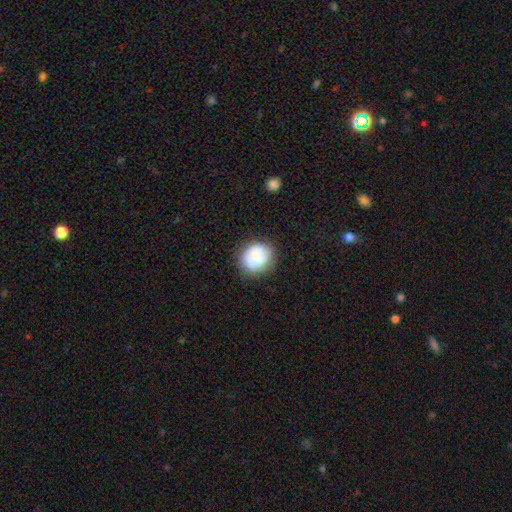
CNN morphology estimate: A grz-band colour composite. It shows a smooth galaxy with no disk features (53%) that is round (78%). Merging: none (74%).